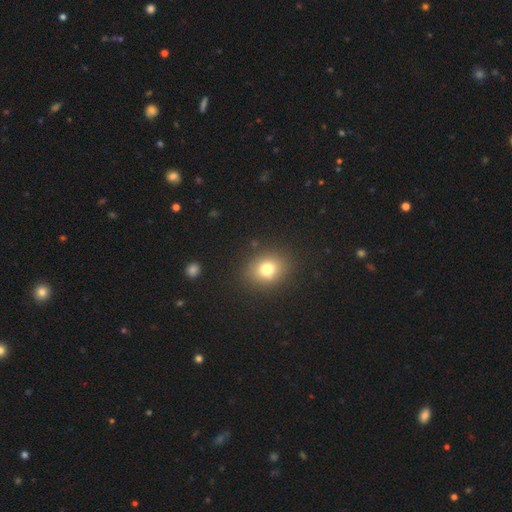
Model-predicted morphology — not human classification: Smooth or featured? smooth (68%)
How rounded? round (73%)
Merging? none (92%)